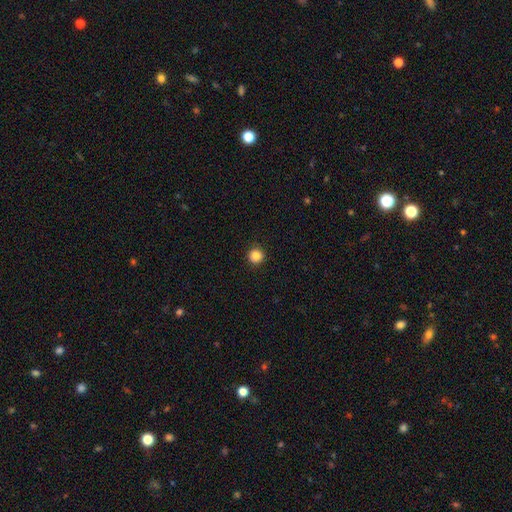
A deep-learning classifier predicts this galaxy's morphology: Q: Smooth or featured?
A: smooth (85%); runner-up: star or artifact (11%)
Q: How rounded?
A: round (95%); runner-up: in between (4%)
Q: Merging?
A: none (91%); runner-up: minor disturbance (6%)